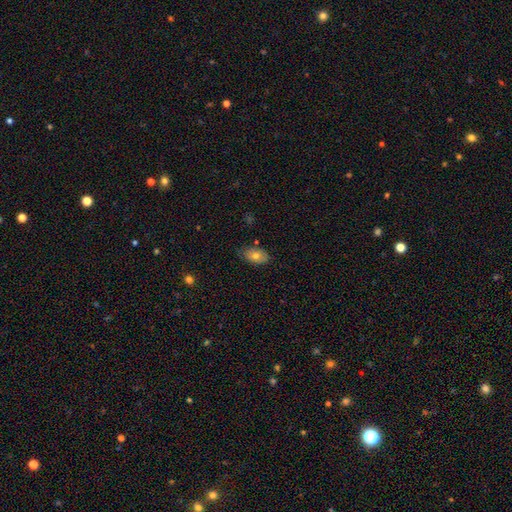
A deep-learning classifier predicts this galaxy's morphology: This is likely a smooth galaxy (71%). How rounded: clearly in between (89%). Merging: likely none (74%).